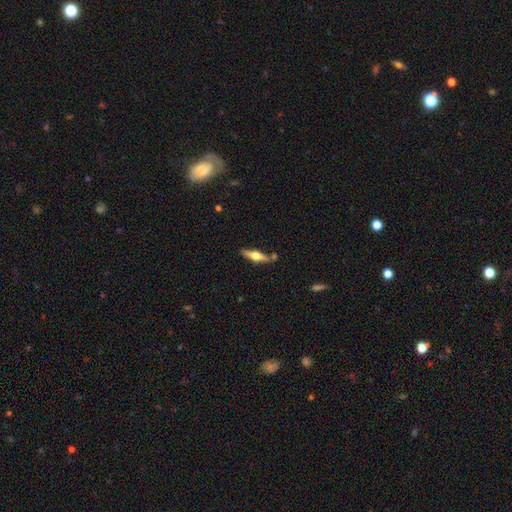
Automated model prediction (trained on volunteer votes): A featured or disk galaxy (64%) viewed edge-on (95%) with a rounded central bulge (95%).

Vote fractions:
- Smooth or featured? featured or disk: 64% / smooth: 30% / star or artifact: 6%
- Edge-on disk? yes: 95% / no: 5%
- Edge-on bulge? rounded: 95% / boxy: 3% / none: 2%
- Merging? none: 81% / minor disturbance: 11% / merger: 6% / major disturbance: 3%